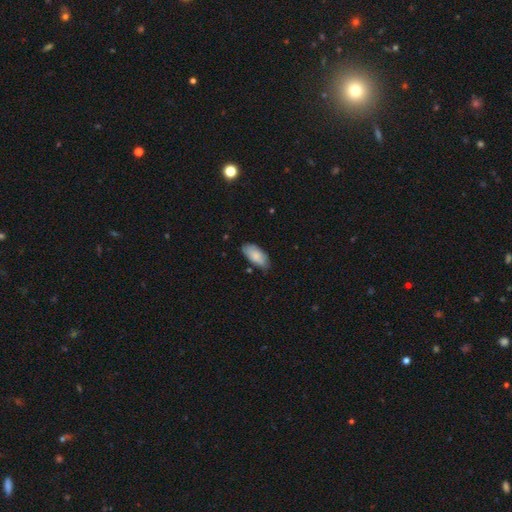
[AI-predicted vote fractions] The model was most divided on "merging": none: 70%, minor disturbance: 25%, major disturbance: 4%, merger: 2%. More confident: how rounded — in between (91%); smooth or featured — smooth (81%).